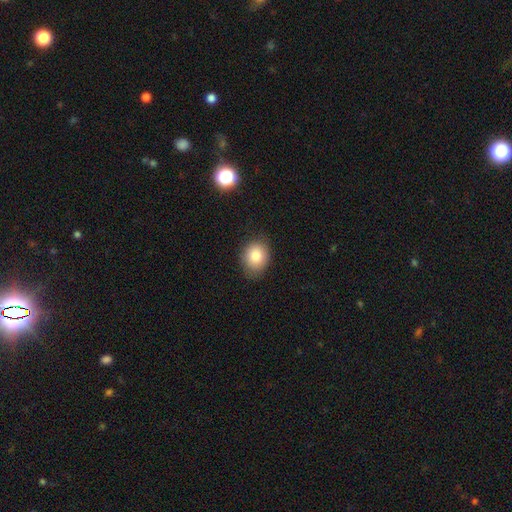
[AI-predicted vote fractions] smooth_or_featured: smooth (p=0.83) [alt: star or artifact p=0.09]
how_rounded: in between (p=0.50) [alt: round p=0.49]
merging: none (p=0.81) [alt: minor disturbance p=0.15]